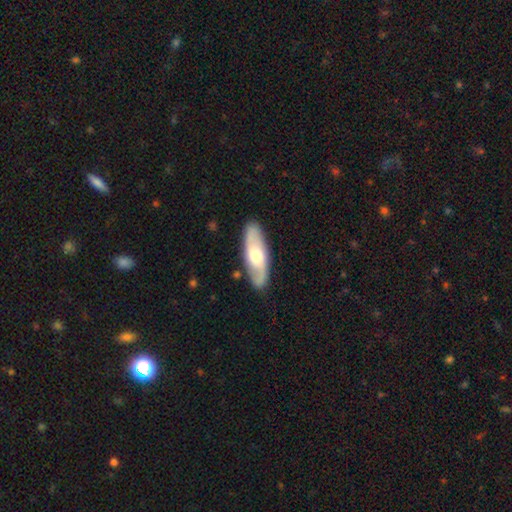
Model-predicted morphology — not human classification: A featured or disk galaxy (58%). Merging: none (87%).